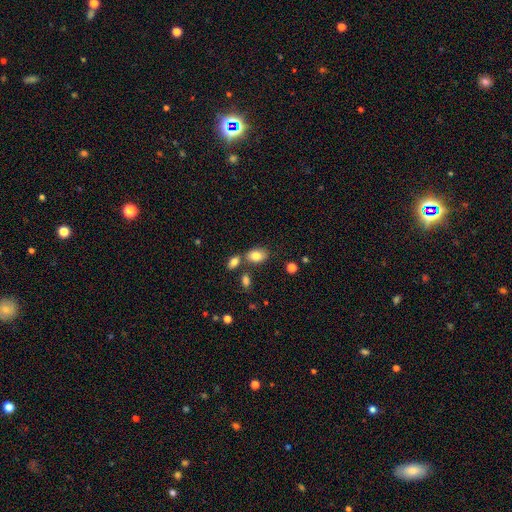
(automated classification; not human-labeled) Morphology: type=smooth (81%); roundness=in between (83%); merging=none (64%).